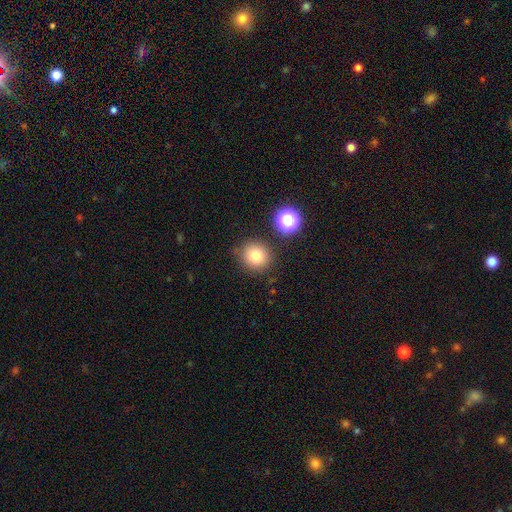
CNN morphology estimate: The model was most divided on "smooth or featured": smooth: 78%, star or artifact: 13%, featured or disk: 8%. More confident: how rounded — round (91%); merging — none (83%).